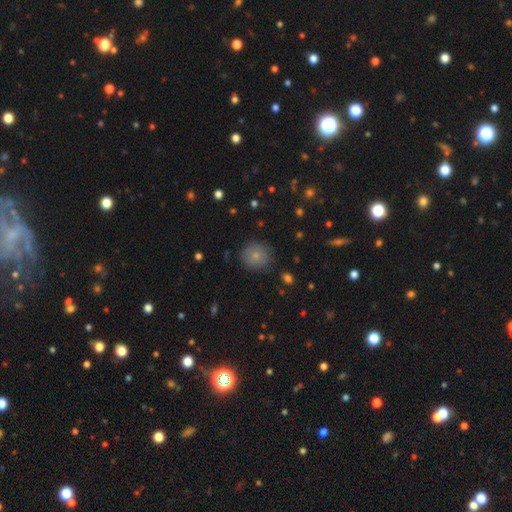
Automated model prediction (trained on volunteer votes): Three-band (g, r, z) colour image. It shows a smooth galaxy with no disk features (76%) that is round (83%). Merging: none (80%).